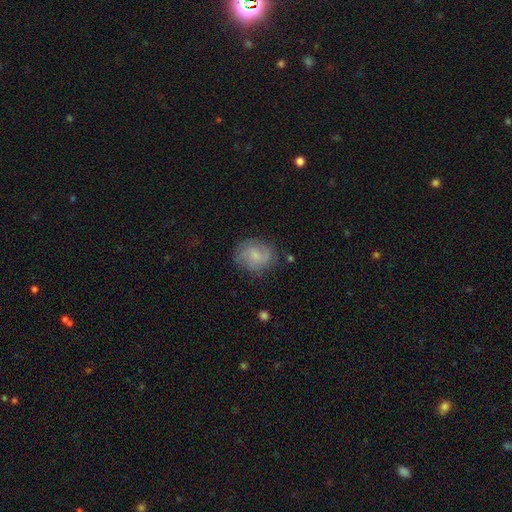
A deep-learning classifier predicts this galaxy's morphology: This is possibly a smooth galaxy (52%). How rounded: possibly round (59%). Merging: likely none (71%).